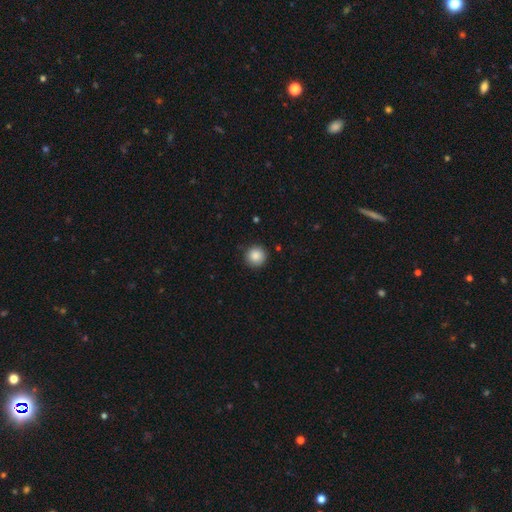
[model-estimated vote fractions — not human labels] This appears to be a smooth galaxy with no disk features (87%) that is round (95%). Merging: none (89%).